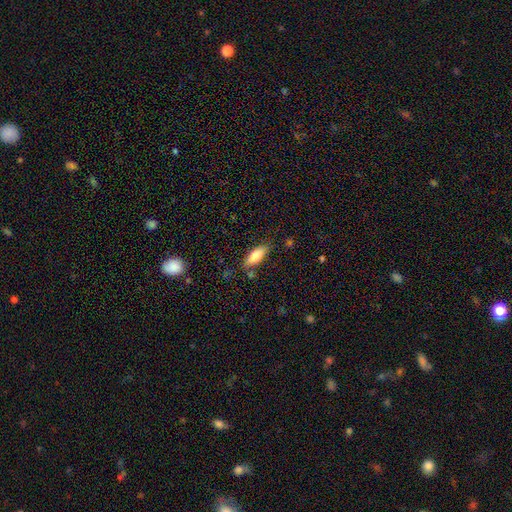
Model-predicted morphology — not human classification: type=smooth (77%); roundness=in between (73%); merging=none (78%).